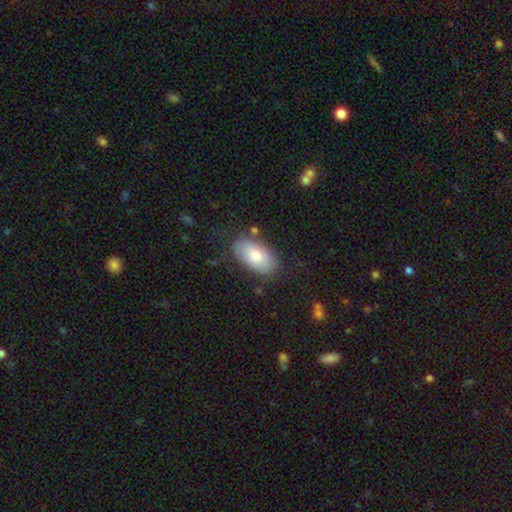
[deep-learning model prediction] The model was most divided on "smooth or featured": smooth: 74%, featured or disk: 19%, star or artifact: 7%. More confident: how rounded — in between (94%); merging — none (78%).